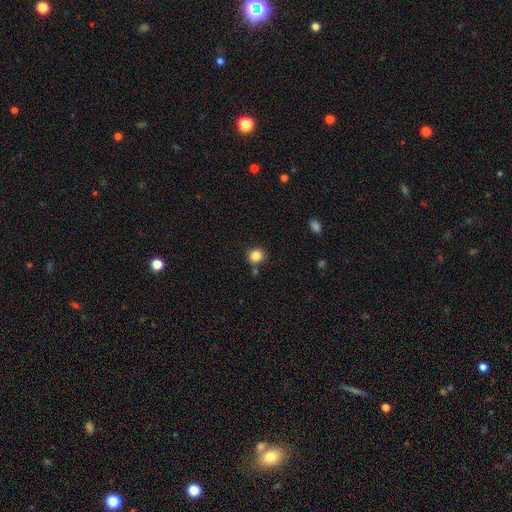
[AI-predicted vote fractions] smooth-or-featured: smooth: 85% | star or artifact: 11% | featured or disk: 5%
  how-rounded: round: 84% | in between: 15% | cigar-shaped: 1%
  merging: none: 78% | minor disturbance: 11% | merger: 8% | major disturbance: 3%